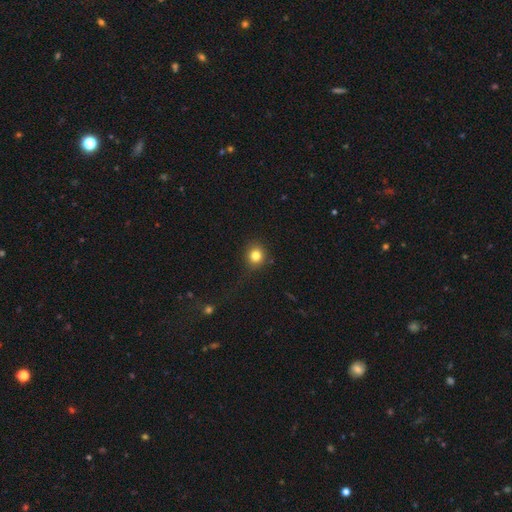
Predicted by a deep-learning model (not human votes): Smooth or featured? smooth (81%)
How rounded? round (87%)
Merging? none (86%)